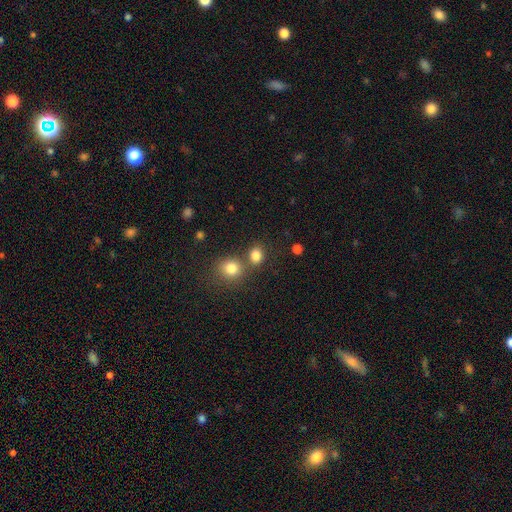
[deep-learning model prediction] Smooth or featured? smooth (82%)
How rounded? round (64%)
Merging? none (61%)